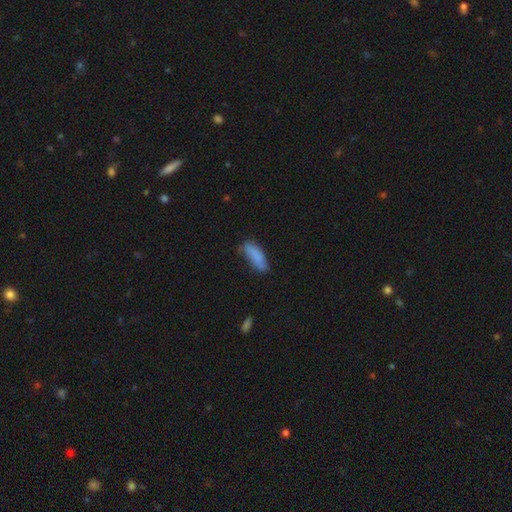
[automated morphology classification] This is clearly a smooth galaxy (83%). How rounded: possibly in between (59%). Merging: likely none (61%).